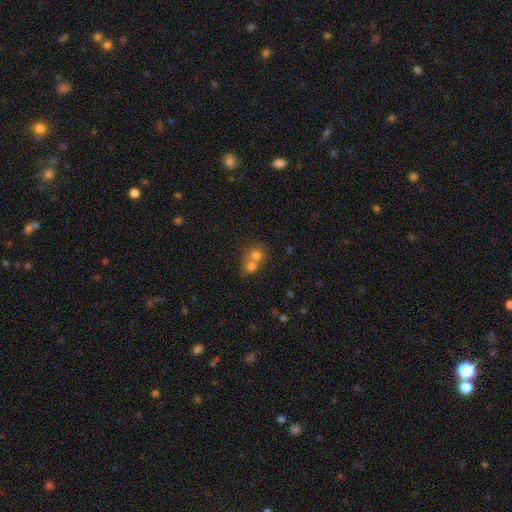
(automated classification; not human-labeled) Smooth or featured? smooth (71%)
How rounded? round (78%)
Merging? merger (64%)